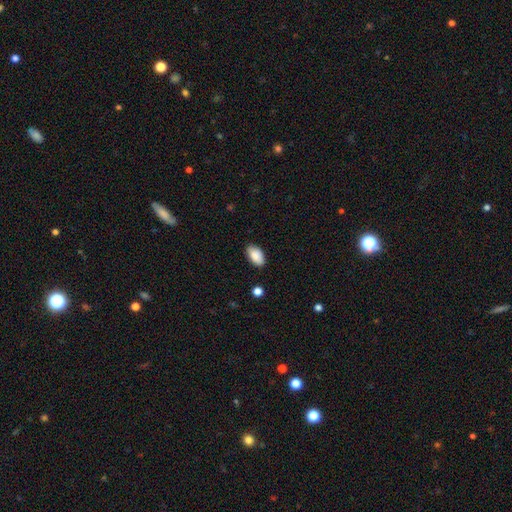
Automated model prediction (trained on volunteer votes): Q: Smooth or featured?
A: smooth (87%); runner-up: star or artifact (7%)
Q: How rounded?
A: in between (95%); runner-up: round (4%)
Q: Merging?
A: none (86%); runner-up: minor disturbance (11%)